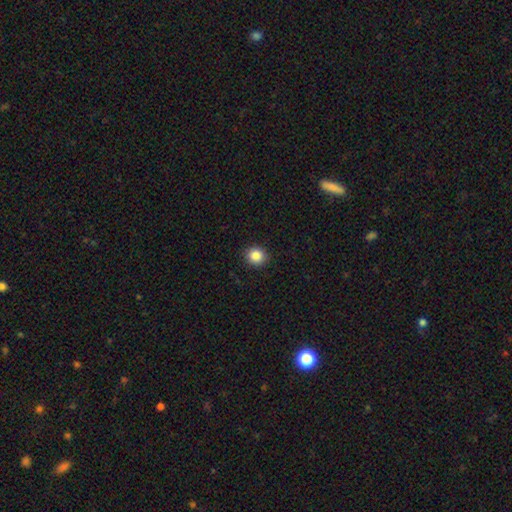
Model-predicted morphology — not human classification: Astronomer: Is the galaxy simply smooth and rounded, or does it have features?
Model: smooth — 86%.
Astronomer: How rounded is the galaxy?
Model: round — 87%.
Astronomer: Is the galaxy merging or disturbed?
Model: none — 91%.